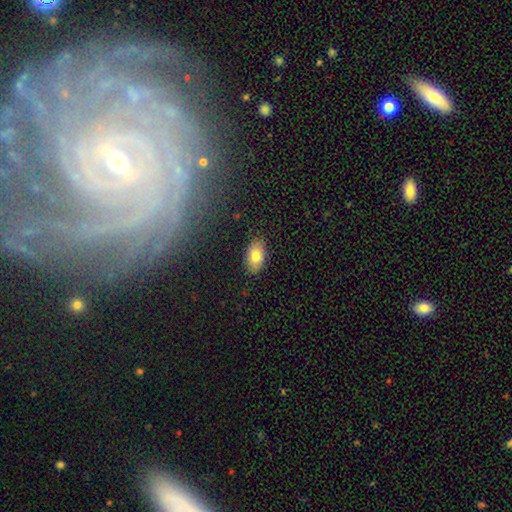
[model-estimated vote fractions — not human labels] smooth-or-featured: smooth: 80% | featured or disk: 12% | star or artifact: 8%
  how-rounded: in between: 92% | round: 6% | cigar-shaped: 2%
  merging: none: 87% | minor disturbance: 9% | major disturbance: 2% | merger: 1%